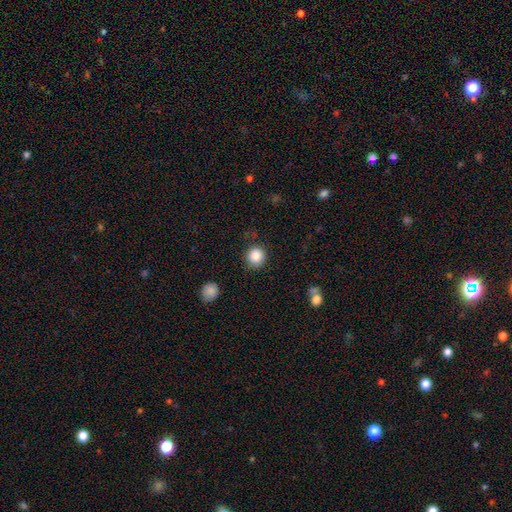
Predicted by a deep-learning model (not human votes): A smooth galaxy with no disk features (86%) that is round (91%).

Vote fractions:
- Smooth or featured? smooth: 86% / star or artifact: 10% / featured or disk: 4%
- How rounded? round: 91% / in between: 8% / cigar-shaped: 1%
- Merging? none: 86% / minor disturbance: 9% / major disturbance: 3% / merger: 2%